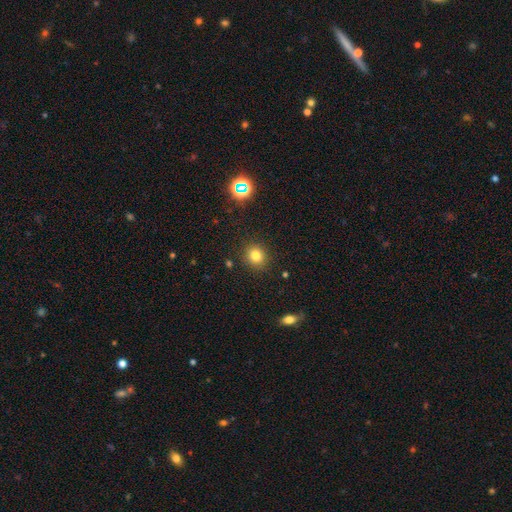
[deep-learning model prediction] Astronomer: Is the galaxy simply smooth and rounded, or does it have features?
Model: smooth — 79%.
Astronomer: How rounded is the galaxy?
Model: round — 79%.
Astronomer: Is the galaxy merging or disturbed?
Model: none — 89%.